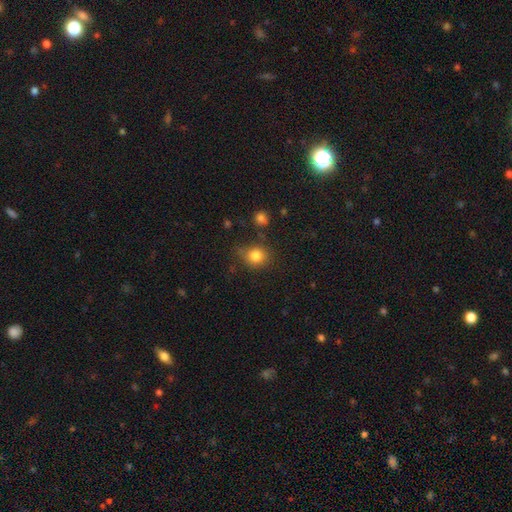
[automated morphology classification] This appears to be a smooth galaxy with no disk features (82%) that is round (80%). Merging: none (74%).